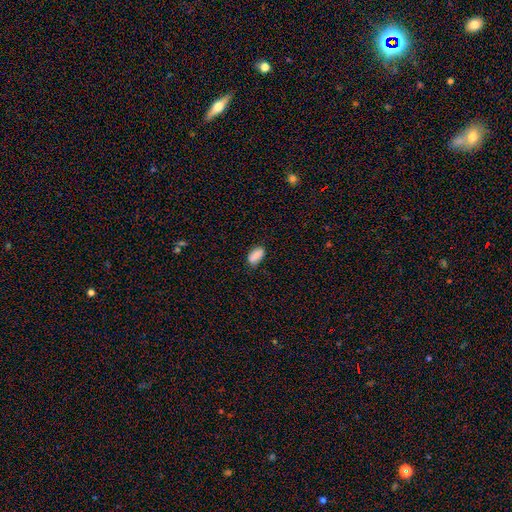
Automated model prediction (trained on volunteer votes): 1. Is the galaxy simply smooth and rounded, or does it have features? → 86% smooth, 8% star or artifact, 6% featured or disk.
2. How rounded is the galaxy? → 90% in between, 6% cigar-shaped, 4% round.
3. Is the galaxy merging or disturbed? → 79% none, 16% minor disturbance, 3% major disturbance, 2% merger.